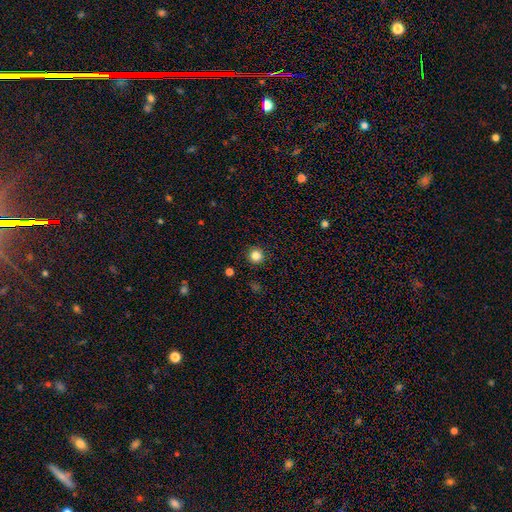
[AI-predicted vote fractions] Smooth or featured? Predicted: smooth (p=0.84). How rounded? Predicted: round (p=0.96). Merging? Predicted: none (p=0.93).